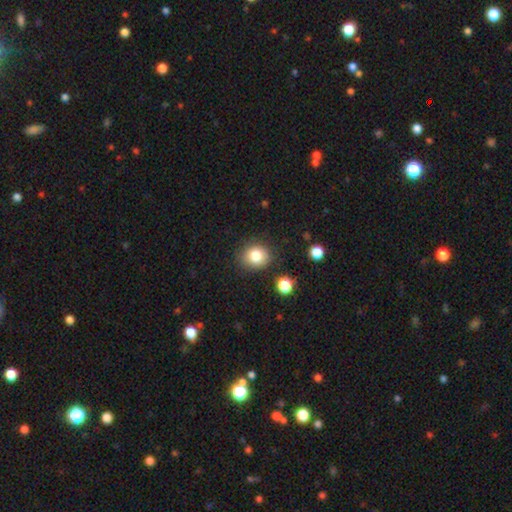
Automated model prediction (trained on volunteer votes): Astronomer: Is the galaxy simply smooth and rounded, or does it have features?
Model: smooth — 82%.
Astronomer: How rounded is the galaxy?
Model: round — 74%.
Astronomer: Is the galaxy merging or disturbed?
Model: none — 84%.